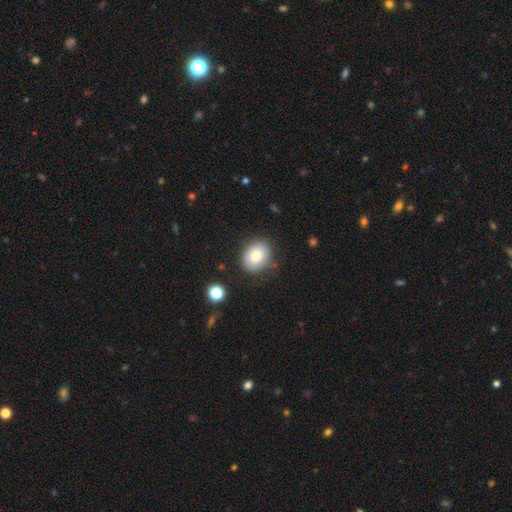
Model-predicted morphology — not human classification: smooth_or_featured: smooth (p=0.78) [alt: featured or disk p=0.13]
how_rounded: round (p=0.50) [alt: in between p=0.49]
merging: none (p=0.80) [alt: minor disturbance p=0.14]